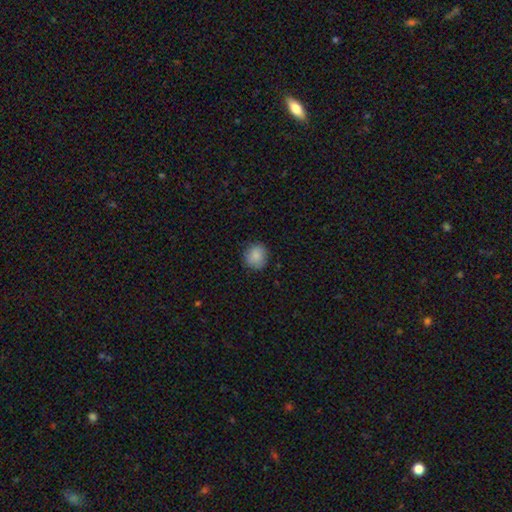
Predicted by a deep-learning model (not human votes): Smooth or featured? smooth (87%)
How rounded? round (84%)
Merging? none (85%)